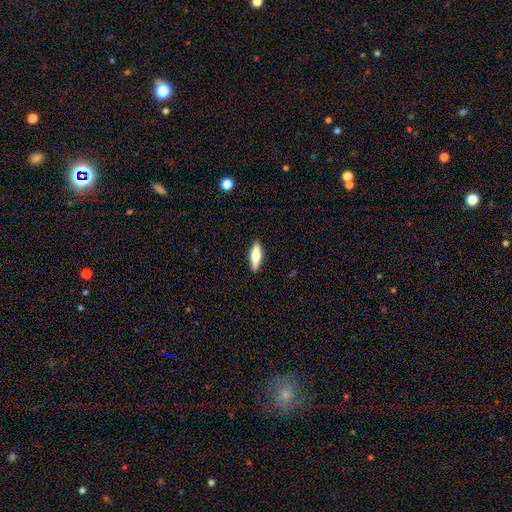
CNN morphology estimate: smooth_or_featured: smooth (p=0.66) [alt: featured or disk p=0.29]
how_rounded: cigar-shaped (p=0.50) [alt: in between p=0.47]
merging: none (p=0.89) [alt: minor disturbance p=0.08]